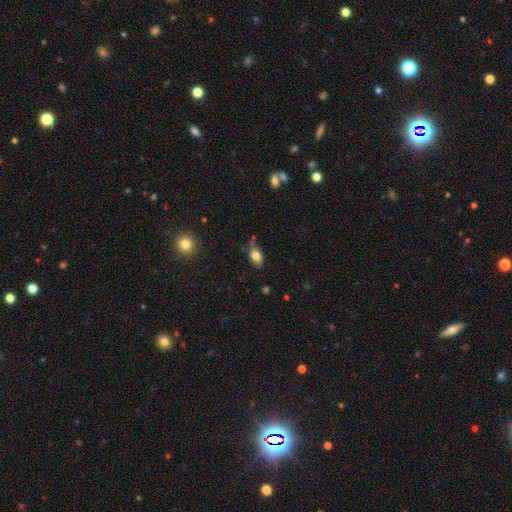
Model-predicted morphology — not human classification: smooth-or-featured: smooth: 78% | featured or disk: 13% | star or artifact: 9%
  how-rounded: in between: 86% | round: 10% | cigar-shaped: 4%
  merging: none: 61% | minor disturbance: 26% | major disturbance: 6% | merger: 6%